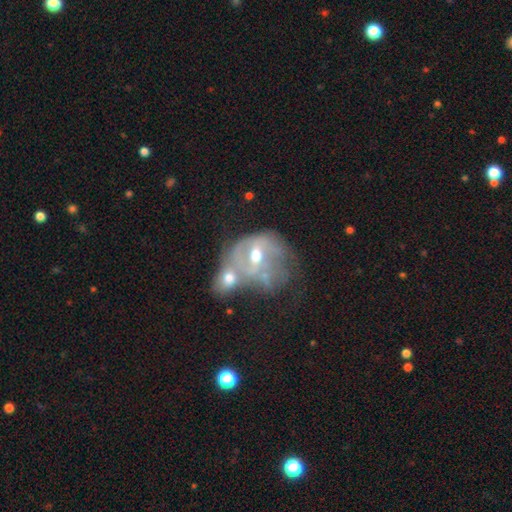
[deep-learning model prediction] Q: Smooth or featured?
A: featured or disk (70%); runner-up: smooth (21%)
Q: Edge-on disk?
A: no (96%); runner-up: yes (4%)
Q: Bar?
A: weak (44%); runner-up: no (35%)
Q: Spiral arms?
A: yes (62%); runner-up: no (38%)
Q: Bulge size?
A: moderate (73%); runner-up: small (19%)
Q: Merging?
A: merger (57%); runner-up: none (18%)